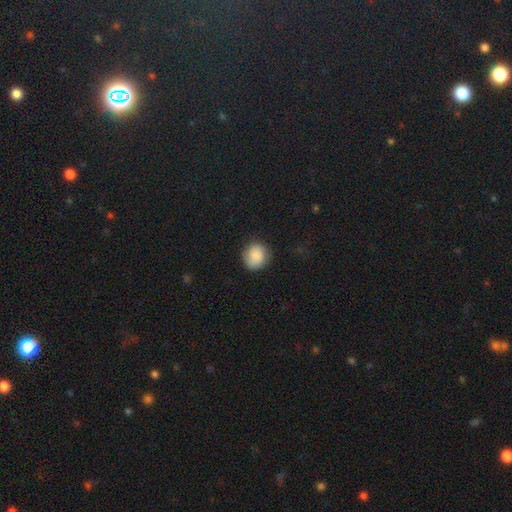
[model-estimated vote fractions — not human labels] A smooth galaxy with no disk features (86%) that is round (85%).

Vote fractions:
- Smooth or featured? smooth: 86% / star or artifact: 7% / featured or disk: 7%
- How rounded? round: 85% / in between: 14% / cigar-shaped: 1%
- Merging? none: 82% / minor disturbance: 14% / major disturbance: 4% / merger: 1%